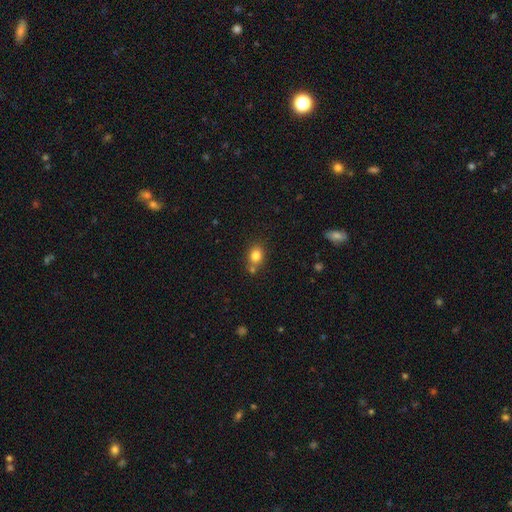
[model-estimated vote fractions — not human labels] Overall: smooth (81%). How rounded: round (51%; in between 48%). Merging: none (64%).